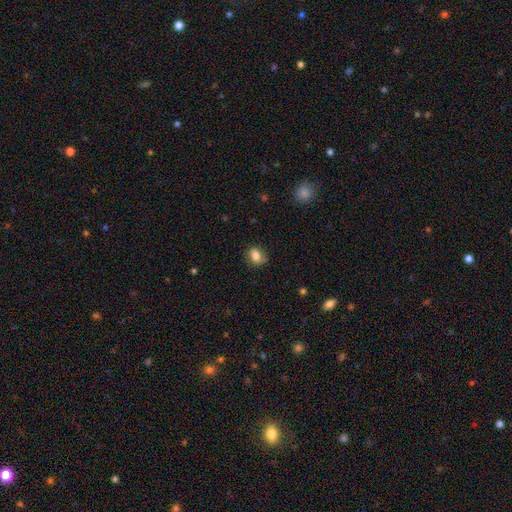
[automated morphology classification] smooth_or_featured: smooth (p=0.81) [alt: featured or disk p=0.10]
how_rounded: in between (p=0.60) [alt: round p=0.39]
merging: none (p=0.77) [alt: minor disturbance p=0.17]